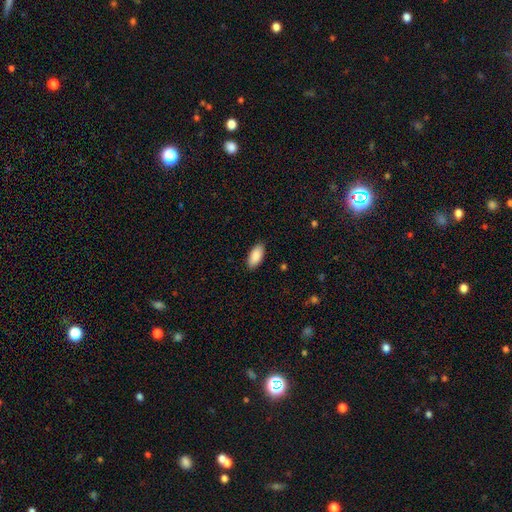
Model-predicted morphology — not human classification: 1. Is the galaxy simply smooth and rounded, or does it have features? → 90% smooth, 6% star or artifact, 4% featured or disk.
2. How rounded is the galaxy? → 91% in between, 7% cigar-shaped, 2% round.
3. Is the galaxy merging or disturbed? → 88% none, 9% minor disturbance, 2% major disturbance, 1% merger.